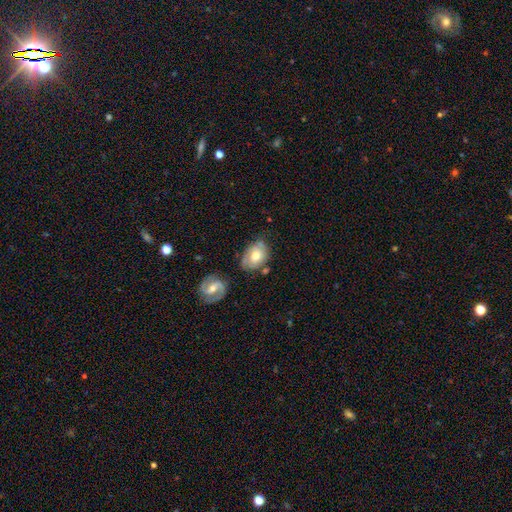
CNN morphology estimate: Q: Smooth or featured?
A: smooth (53%); runner-up: featured or disk (39%)
Q: How rounded?
A: in between (71%); runner-up: round (28%)
Q: Merging?
A: none (55%); runner-up: minor disturbance (26%)